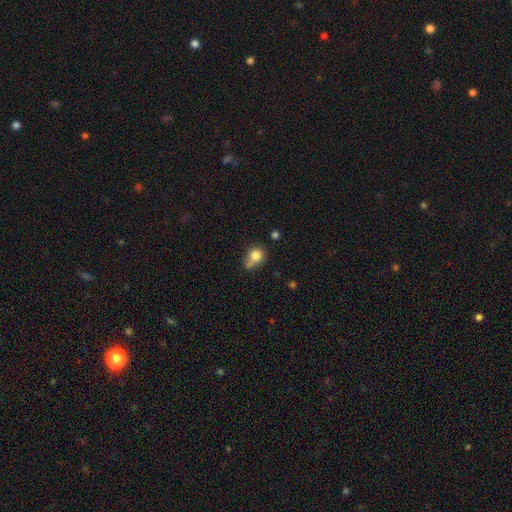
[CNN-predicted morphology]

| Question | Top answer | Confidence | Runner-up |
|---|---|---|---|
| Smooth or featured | smooth | 77% | featured or disk (12%) |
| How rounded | round | 67% | in between (31%) |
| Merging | none | 41% | minor disturbance (26%) |